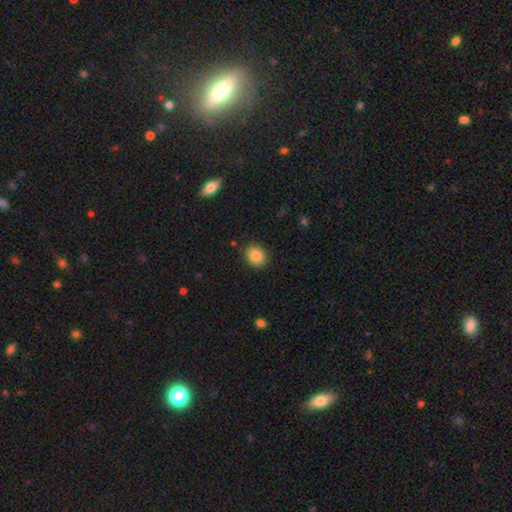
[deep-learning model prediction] Overall: smooth (85%). How rounded: round (63%; in between 36%). Merging: none (88%).